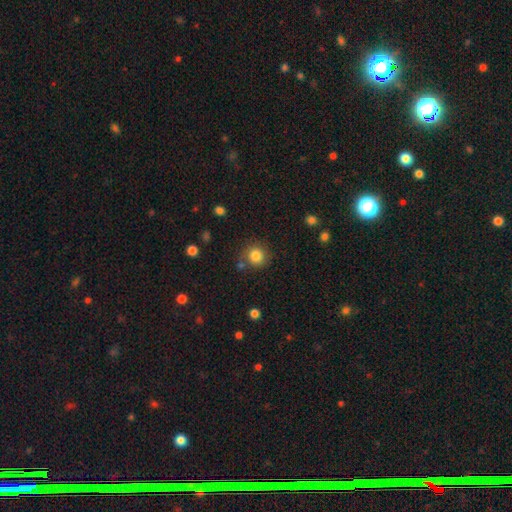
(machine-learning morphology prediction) Smooth or featured? Predicted: smooth (p=0.83). How rounded? Predicted: round (p=0.91). Merging? Predicted: none (p=0.79).